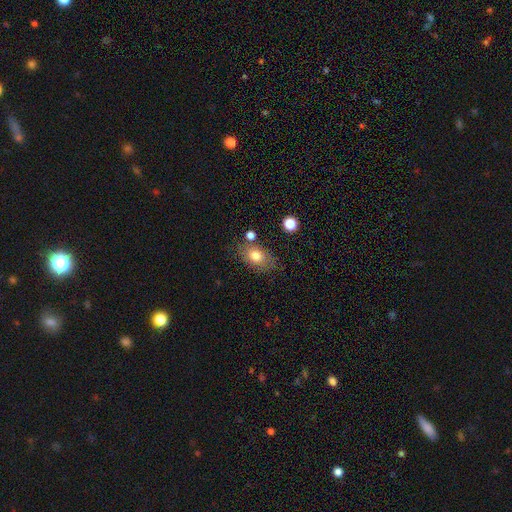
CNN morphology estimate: This appears to be a smooth galaxy with no disk features (76%) that is in between round and cigar-shaped (78%). Merging: none (71%).